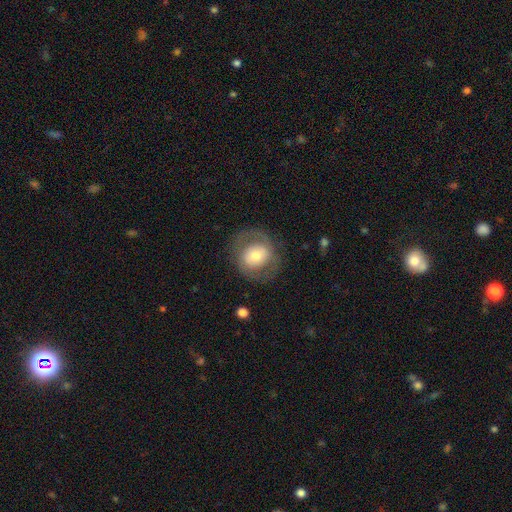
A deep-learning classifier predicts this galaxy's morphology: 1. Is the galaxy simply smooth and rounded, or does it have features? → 48% smooth, 45% featured or disk, 7% star or artifact.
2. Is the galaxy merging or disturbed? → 77% none, 12% minor disturbance, 10% major disturbance, 1% merger.